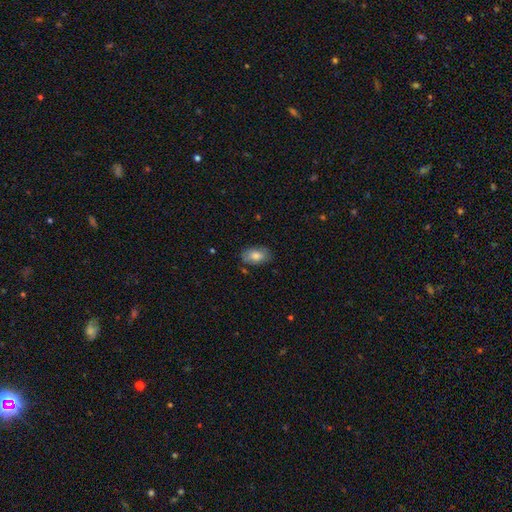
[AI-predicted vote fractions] This appears to be a smooth galaxy with no disk features (82%) that is in between round and cigar-shaped (90%). Merging: none (80%).